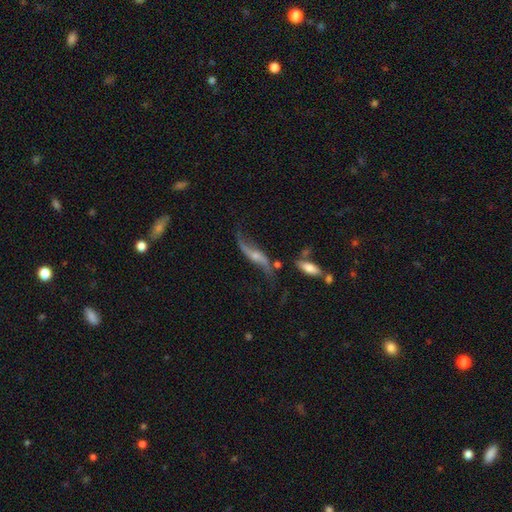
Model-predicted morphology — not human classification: Smooth or featured? featured or disk (82%)
Edge-on disk? no (76%)
Bar? no (54%)
Spiral arms? yes (91%)
Spiral winding? loose (93%)
Spiral arm count? 2 (91%)
Bulge size? small (55%)
Merging? none (57%)